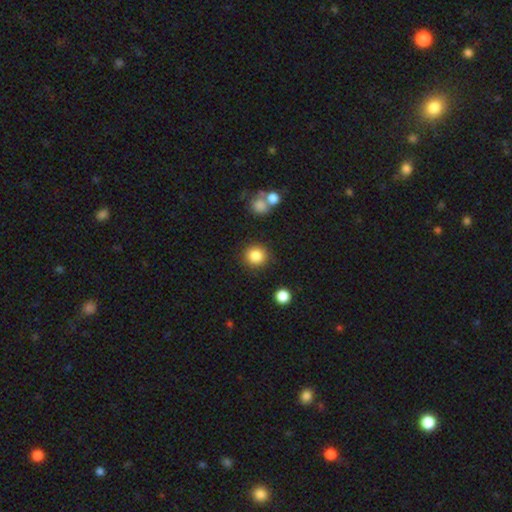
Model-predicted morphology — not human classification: Smooth or featured? Predicted: smooth (p=0.85). How rounded? Predicted: round (p=0.92). Merging? Predicted: none (p=0.87).